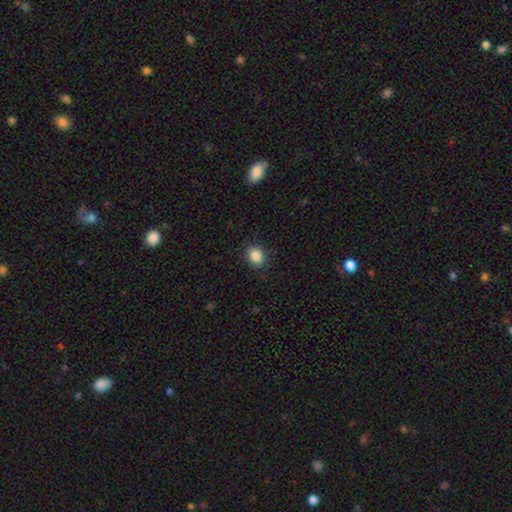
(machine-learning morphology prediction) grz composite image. It shows a smooth galaxy with no disk features (87%) that is round (59%). Merging: none (88%).